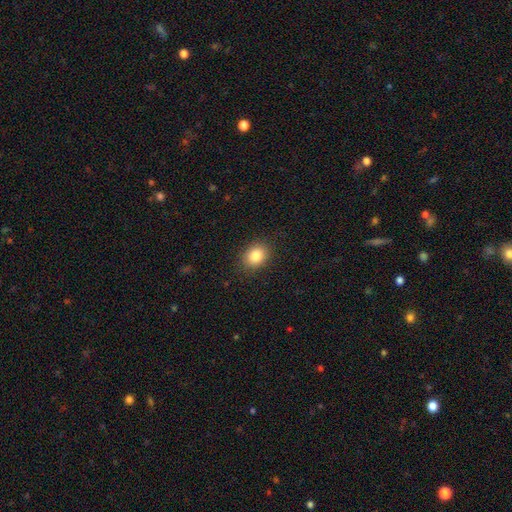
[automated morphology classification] Smooth or featured? smooth (85%)
How rounded? round (52%)
Merging? none (87%)